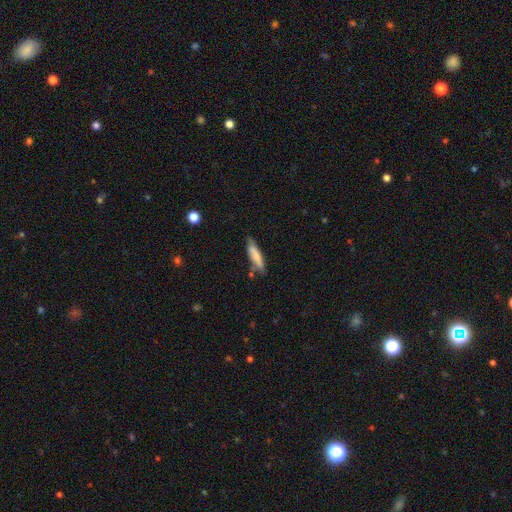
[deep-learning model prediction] smooth_or_featured: smooth (p=0.73) [alt: featured or disk p=0.21]
how_rounded: cigar-shaped (p=0.74) [alt: in between p=0.25]
merging: none (p=0.68) [alt: minor disturbance p=0.22]